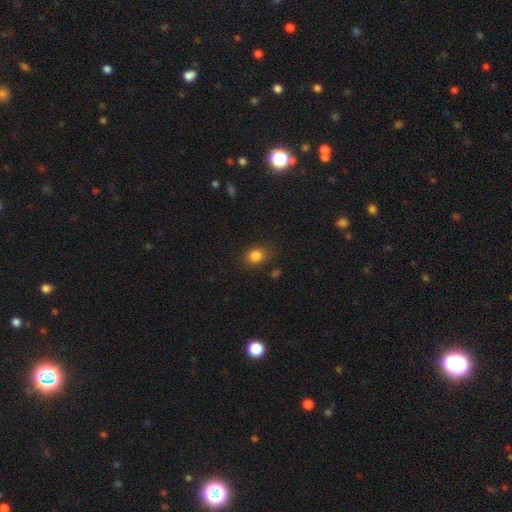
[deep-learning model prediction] Q: Smooth or featured?
A: smooth (84%); runner-up: star or artifact (11%)
Q: How rounded?
A: in between (52%); runner-up: round (47%)
Q: Merging?
A: none (80%); runner-up: minor disturbance (14%)